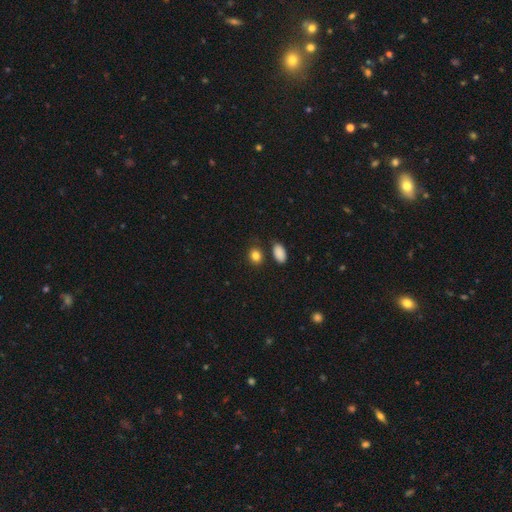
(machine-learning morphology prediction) Smooth or featured?
  - smooth: 86% *
  - star or artifact: 10%
  - featured or disk: 5%
How rounded?
  - in between: 51% *
  - round: 48%
  - cigar-shaped: 1%
Merging?
  - none: 78% *
  - minor disturbance: 11%
  - merger: 7%
  - major disturbance: 4%